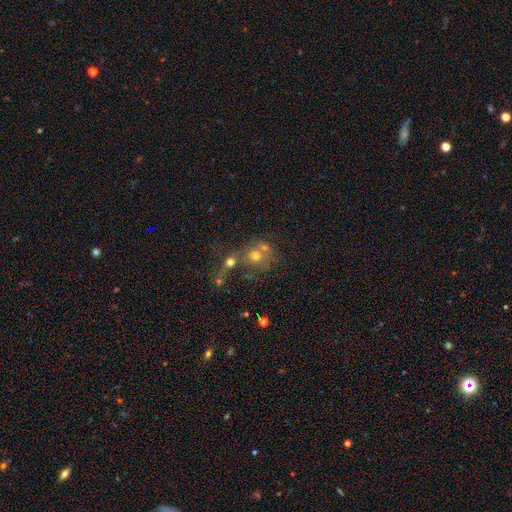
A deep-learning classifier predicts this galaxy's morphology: Smooth or featured? Predicted: smooth (p=0.56). How rounded? Predicted: round (p=0.78). Merging? Predicted: merger (p=0.55).